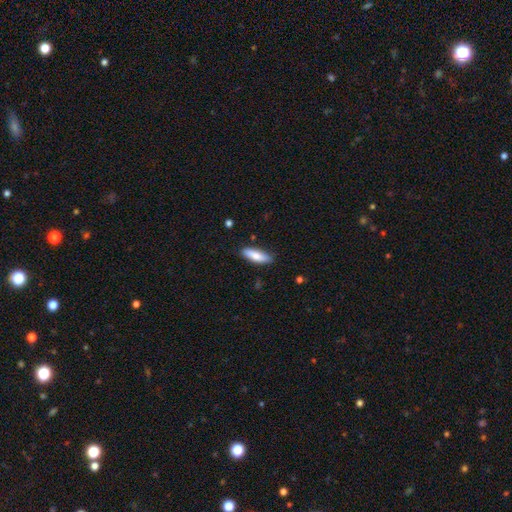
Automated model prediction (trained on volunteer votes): Q: Smooth or featured?
A: smooth (79%); runner-up: featured or disk (15%)
Q: How rounded?
A: in between (56%); runner-up: cigar-shaped (42%)
Q: Merging?
A: none (84%); runner-up: minor disturbance (13%)